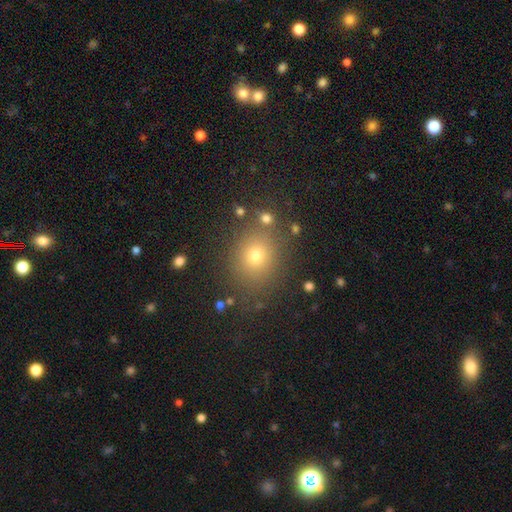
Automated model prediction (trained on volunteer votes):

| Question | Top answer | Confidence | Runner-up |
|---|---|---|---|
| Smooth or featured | smooth | 70% | star or artifact (20%) |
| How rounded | round | 73% | in between (26%) |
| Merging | none | 81% | minor disturbance (10%) |